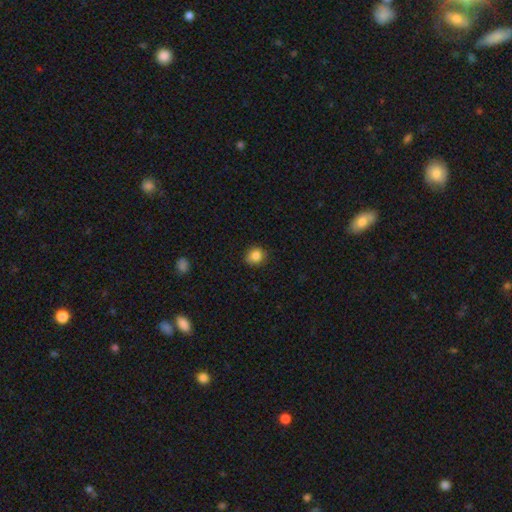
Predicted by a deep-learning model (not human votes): Smooth or featured? Predicted: smooth (p=0.84). How rounded? Predicted: round (p=0.85). Merging? Predicted: none (p=0.86).